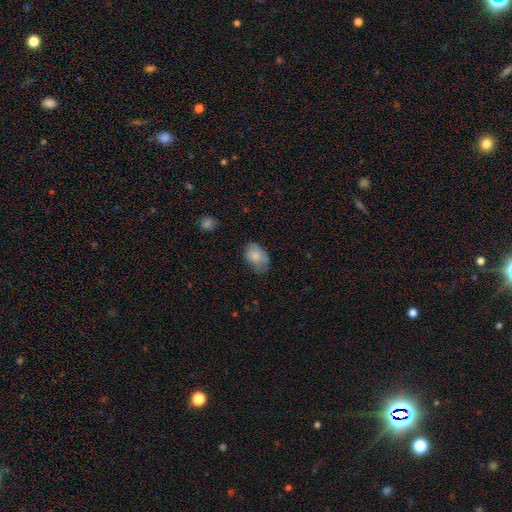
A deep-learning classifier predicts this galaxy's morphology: Smooth or featured? smooth (82%)
How rounded? in between (85%)
Merging? none (56%)